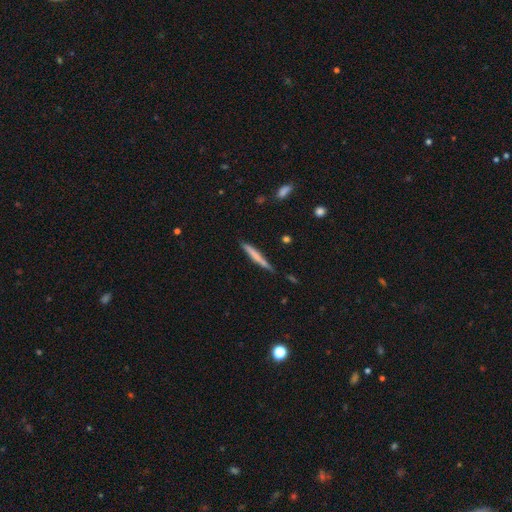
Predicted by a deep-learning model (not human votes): smooth-or-featured: smooth: 63% | featured or disk: 31% | star or artifact: 6%
  how-rounded: cigar-shaped: 95% | in between: 3% | round: 1%
  merging: none: 78% | minor disturbance: 16% | merger: 3% | major disturbance: 3%